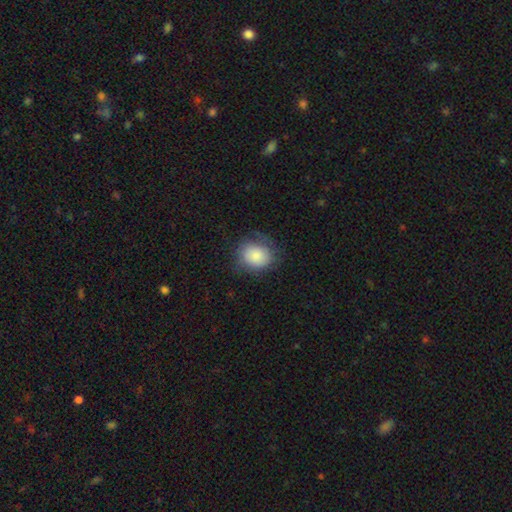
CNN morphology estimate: This appears to be a smooth galaxy with no disk features (81%) that is round (61%). Merging: none (68%).